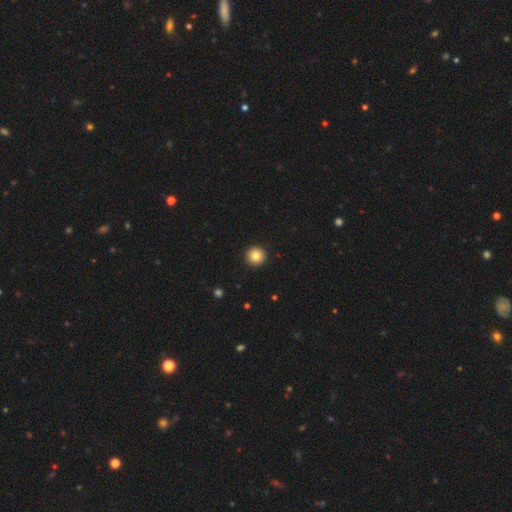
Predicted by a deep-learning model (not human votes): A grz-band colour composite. It shows a smooth galaxy with no disk features (83%) that is round (96%). Merging: none (94%).